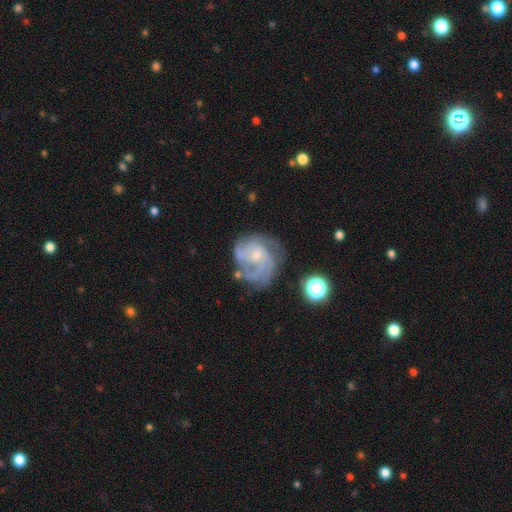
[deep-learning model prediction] Smooth or featured? featured or disk (82%)
Edge-on disk? no (98%)
Bar? no (65%)
Spiral arms? yes (93%)
Spiral winding? tight (43%, tied with medium)
Spiral arm count? 3 (33%)
Bulge size? small (69%)
Merging? none (55%)